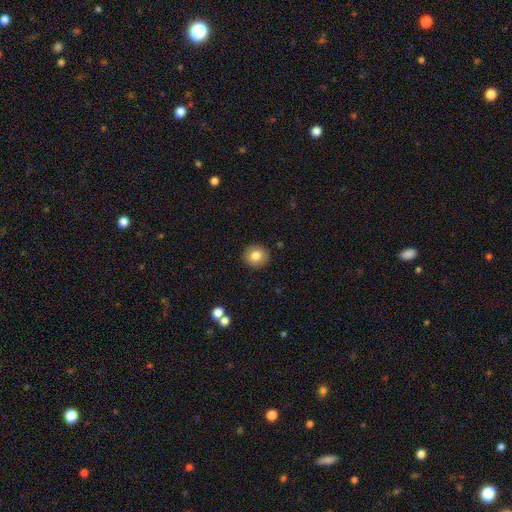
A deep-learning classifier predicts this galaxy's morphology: A smooth galaxy with no disk features (81%) that is round (81%). Merging: none (91%).